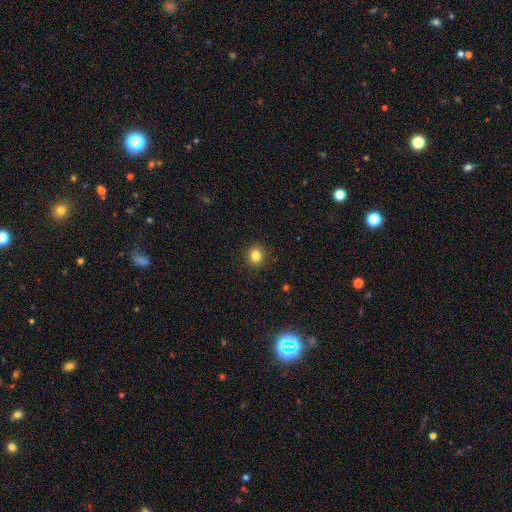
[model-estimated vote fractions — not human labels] This appears to be a smooth galaxy with no disk features (82%) that is round (82%). Merging: none (91%).